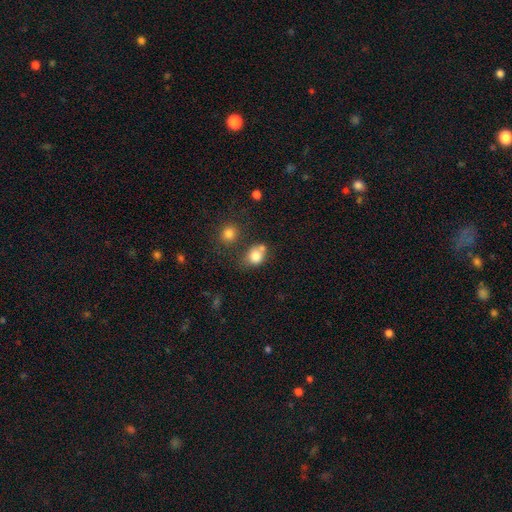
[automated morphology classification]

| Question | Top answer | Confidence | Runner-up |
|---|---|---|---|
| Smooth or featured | smooth | 79% | star or artifact (11%) |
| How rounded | round | 57% | in between (42%) |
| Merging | none | 46% | merger (30%) |